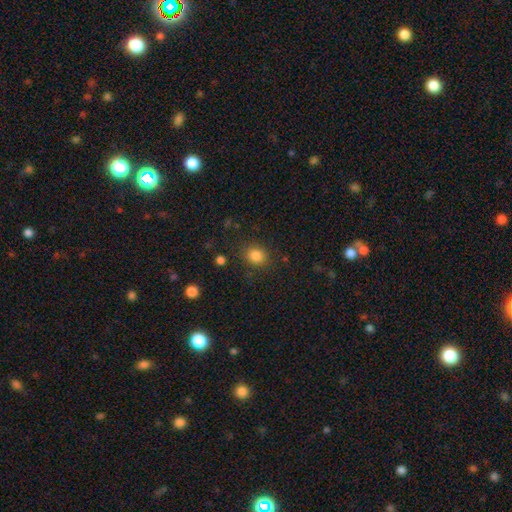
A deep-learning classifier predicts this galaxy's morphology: Smooth or featured: smooth — 84% (star or artifact — 11%)
How rounded: round — 72% (in between — 27%)
Merging: none — 84% (minor disturbance — 10%)